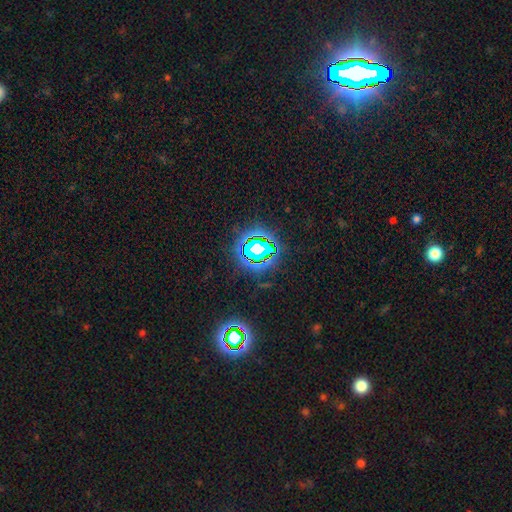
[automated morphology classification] The model was most divided on "smooth or featured": star or artifact: 82%, smooth: 12%, featured or disk: 7%.